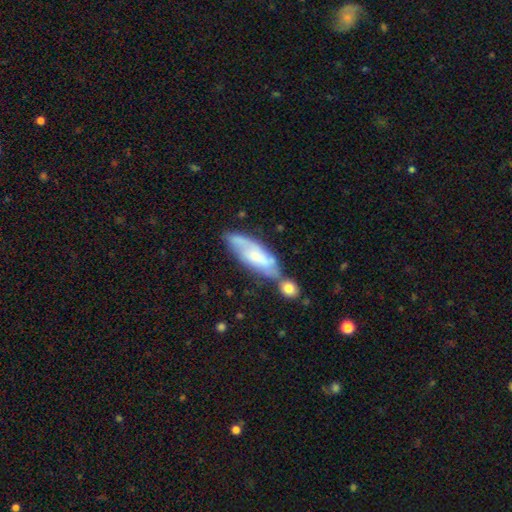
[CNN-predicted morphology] The model was most divided on "smooth or featured": featured or disk: 55%, smooth: 38%, star or artifact: 7%. Remaining: edge-on disk — no (77%); merging — none (46%).